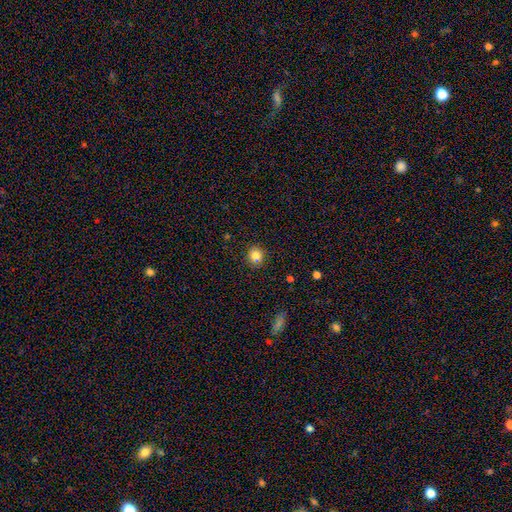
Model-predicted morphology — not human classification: smooth_or_featured: smooth (p=0.80) [alt: star or artifact p=0.14]
how_rounded: round (p=0.86) [alt: in between p=0.13]
merging: none (p=0.83) [alt: minor disturbance p=0.10]